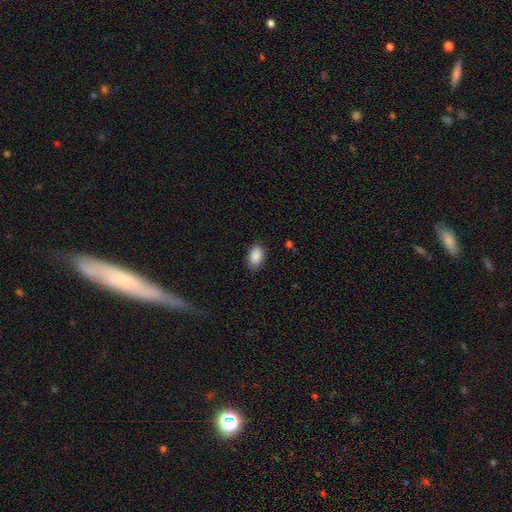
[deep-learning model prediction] Smooth or featured?
  - smooth: 90% *
  - star or artifact: 7%
  - featured or disk: 3%
How rounded?
  - in between: 89% *
  - round: 9%
  - cigar-shaped: 1%
Merging?
  - none: 82% *
  - minor disturbance: 14%
  - major disturbance: 3%
  - merger: 1%